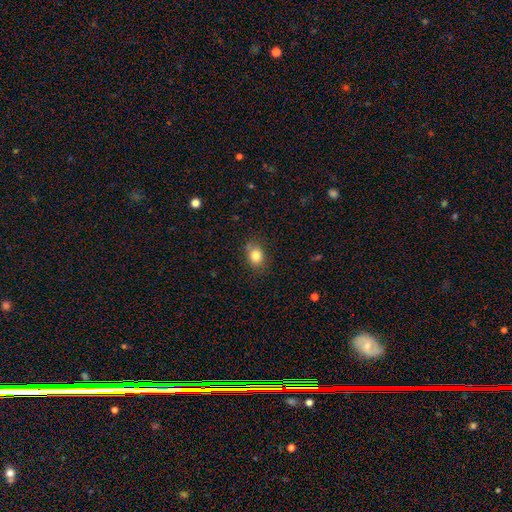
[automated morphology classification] This is clearly a smooth galaxy (83%). How rounded: possibly in between (53%). Merging: likely none (77%).